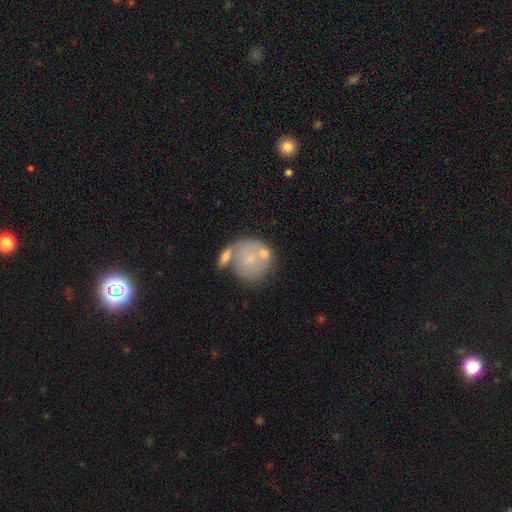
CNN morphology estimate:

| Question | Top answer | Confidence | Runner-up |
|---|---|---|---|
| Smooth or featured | smooth | 51% | featured or disk (40%) |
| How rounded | round | 85% | in between (13%) |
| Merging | none | 45% | merger (28%) |